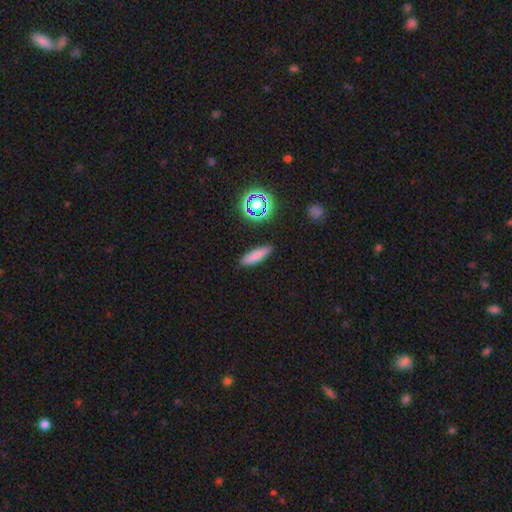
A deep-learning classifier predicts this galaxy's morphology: smooth-or-featured: smooth: 77% | star or artifact: 13% | featured or disk: 10%
  how-rounded: cigar-shaped: 64% | in between: 33% | round: 3%
  merging: none: 87% | minor disturbance: 9% | major disturbance: 2% | merger: 2%